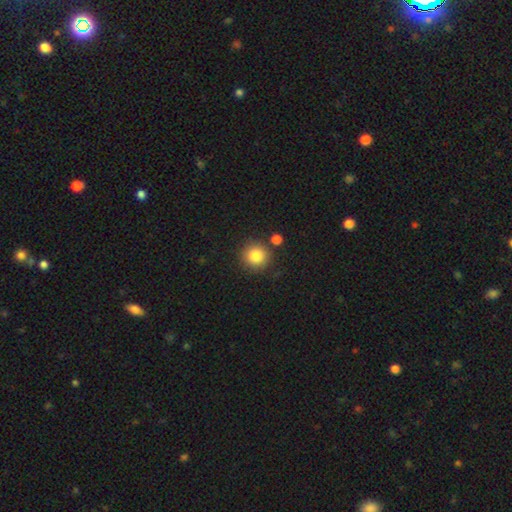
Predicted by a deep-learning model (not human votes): Morphology: type=smooth (84%); roundness=round (93%); merging=none (83%).